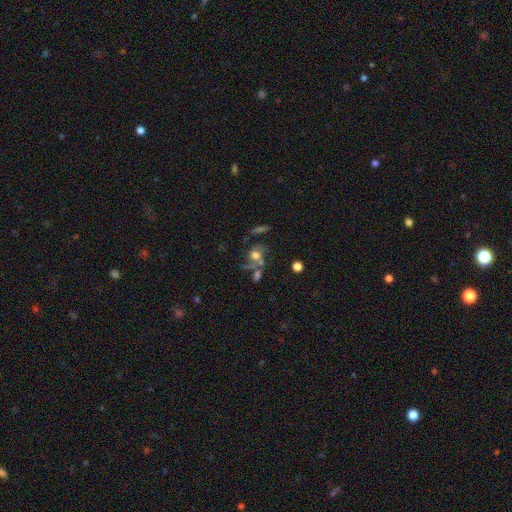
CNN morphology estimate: A featured or disk galaxy (46%).

Vote fractions:
- Smooth or featured? featured or disk: 46% / smooth: 39% / star or artifact: 15%
- Merging? none: 37% / merger: 30% / major disturbance: 18% / minor disturbance: 15%